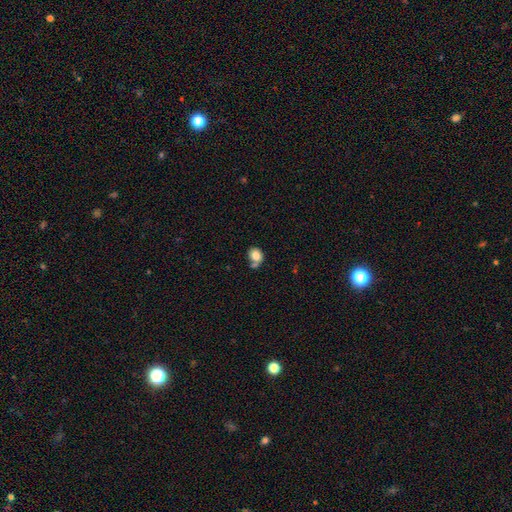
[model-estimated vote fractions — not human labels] Smooth or featured? smooth (82%)
How rounded? round (60%)
Merging? none (51%)